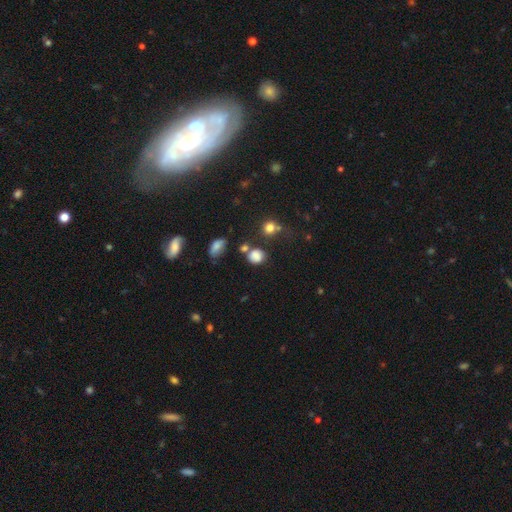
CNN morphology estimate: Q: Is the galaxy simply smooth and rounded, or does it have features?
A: smooth — 79%.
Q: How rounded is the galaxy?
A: round — 80%.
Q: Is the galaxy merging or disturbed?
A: none — 64%.